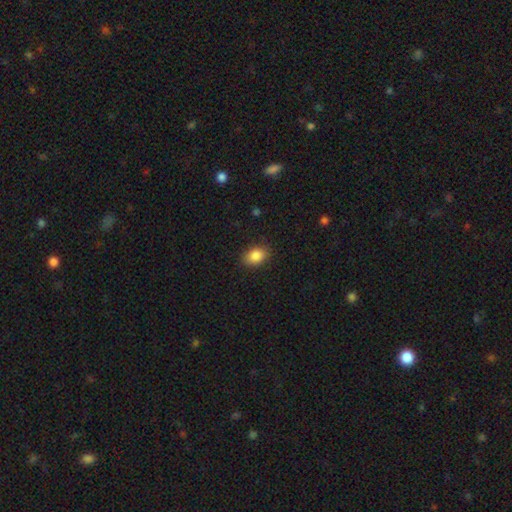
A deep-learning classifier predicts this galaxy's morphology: smooth_or_featured: smooth (p=0.87) [alt: star or artifact p=0.08]
how_rounded: in between (p=0.77) [alt: round p=0.22]
merging: none (p=0.85) [alt: minor disturbance p=0.11]